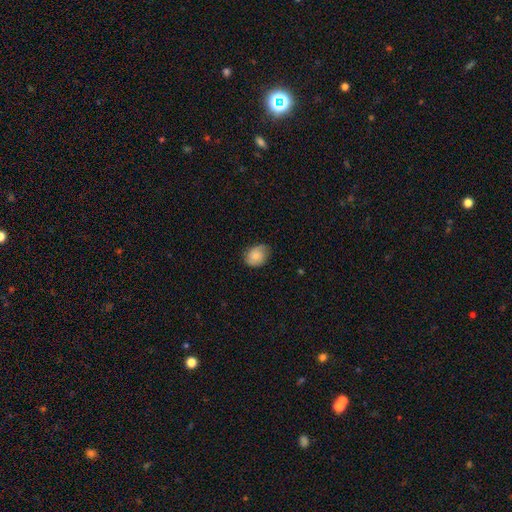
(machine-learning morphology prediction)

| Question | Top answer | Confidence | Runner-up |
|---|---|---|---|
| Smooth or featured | smooth | 75% | featured or disk (18%) |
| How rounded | in between | 61% | round (38%) |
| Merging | none | 68% | minor disturbance (26%) |